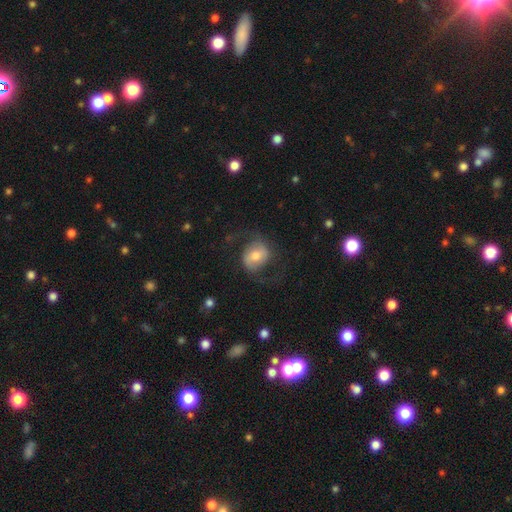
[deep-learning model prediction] smooth-or-featured: featured or disk: 62% | smooth: 30% | star or artifact: 7%
  disk-edge-on: no: 97% | yes: 3%
    bar: weak: 42% | no: 38% | strong: 20%
    has-spiral-arms: yes: 85% | no: 15%
      spiral-winding: loose: 48% | medium: 42% | tight: 11%
      spiral-arm-count: 2: 90% | can't tell: 4% | 1: 3% | 3: 1% | 4: 1% | more than 4: 1%
    bulge-size: moderate: 65% | small: 20% | large: 11% | dominant: 2% | none: 2%
  merging: none: 67% | major disturbance: 17% | minor disturbance: 15% | merger: 1%